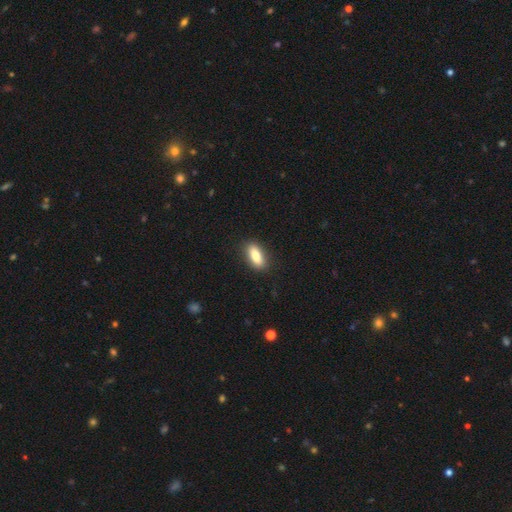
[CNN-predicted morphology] smooth-or-featured: smooth: 82% | featured or disk: 11% | star or artifact: 7%
  how-rounded: in between: 82% | cigar-shaped: 14% | round: 4%
  merging: none: 87% | minor disturbance: 9% | major disturbance: 2% | merger: 1%